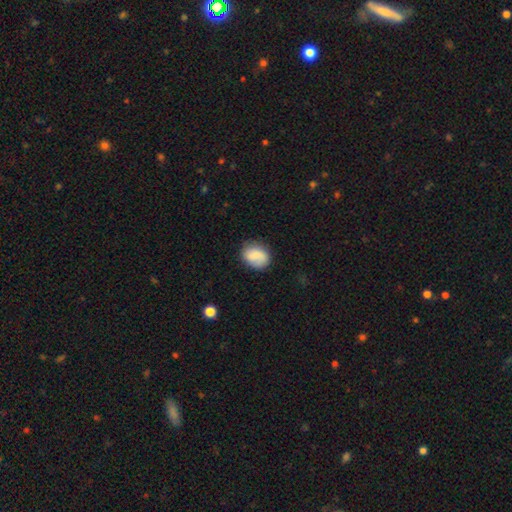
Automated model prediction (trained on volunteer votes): Smooth or featured?
  - smooth: 81% *
  - featured or disk: 12%
  - star or artifact: 7%
How rounded?
  - in between: 50% *
  - round: 49%
  - cigar-shaped: 1%
Merging?
  - none: 77% *
  - minor disturbance: 17%
  - major disturbance: 4%
  - merger: 2%